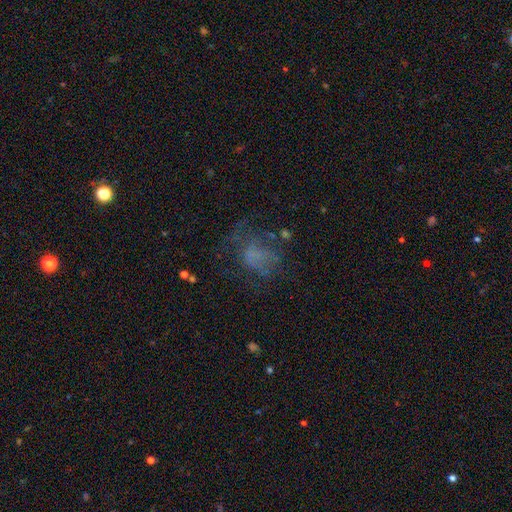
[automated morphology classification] smooth 41%, featured or disk 37%, star or artifact 23%. Down the decision tree: merging — none (40%).